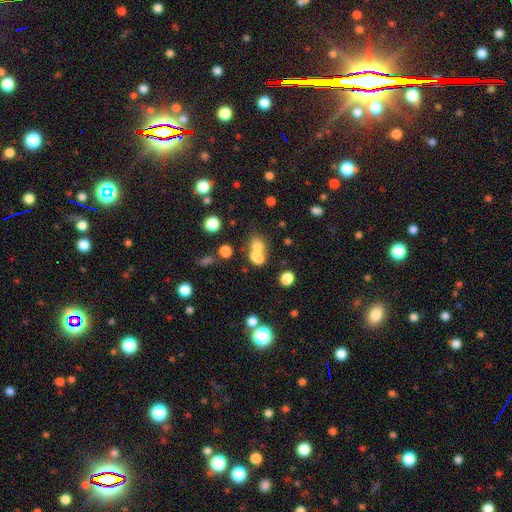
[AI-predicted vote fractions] The model was most divided on "how rounded": round: 55%, in between: 43%, cigar-shaped: 2%. More confident: smooth or featured — smooth (71%); merging — merger (54%).